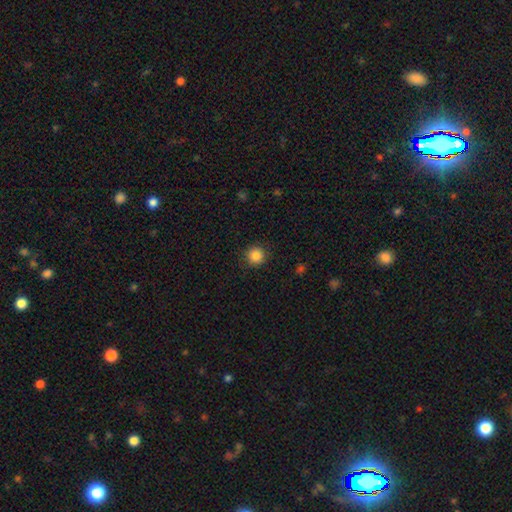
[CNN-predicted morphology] A smooth galaxy with no disk features (86%) that is round (94%).

Vote fractions:
- Smooth or featured? smooth: 86% / star or artifact: 10% / featured or disk: 4%
- How rounded? round: 94% / in between: 5% / cigar-shaped: 1%
- Merging? none: 89% / minor disturbance: 7% / major disturbance: 2% / merger: 1%